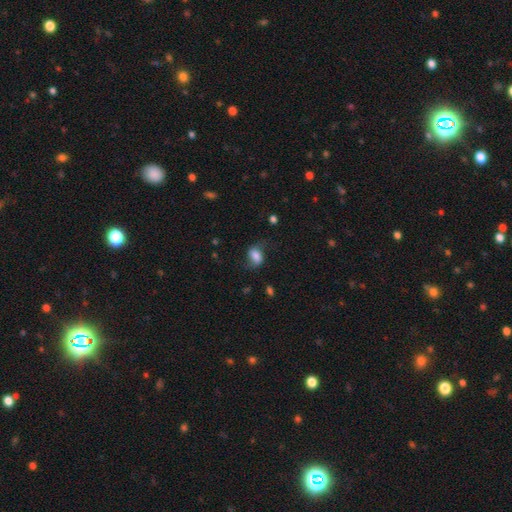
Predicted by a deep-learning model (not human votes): A smooth galaxy with no disk features (62%) that is in between round and cigar-shaped (78%). Merging: none (59%).